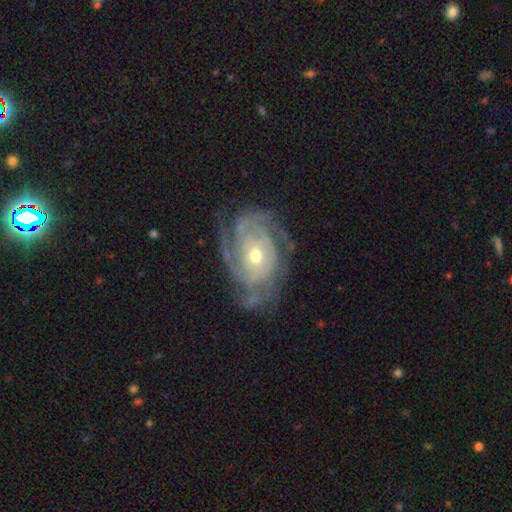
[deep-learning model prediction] Overall: featured or disk (90%). Edge-on disk: no (97%). Bar: no (73%). Spiral arms: yes (96%). Spiral arm count: 3 (34%; 2 21%). Spiral winding: tight (67%; medium 27%). Bulge size: moderate (63%; small 32%). Merging: none (68%).